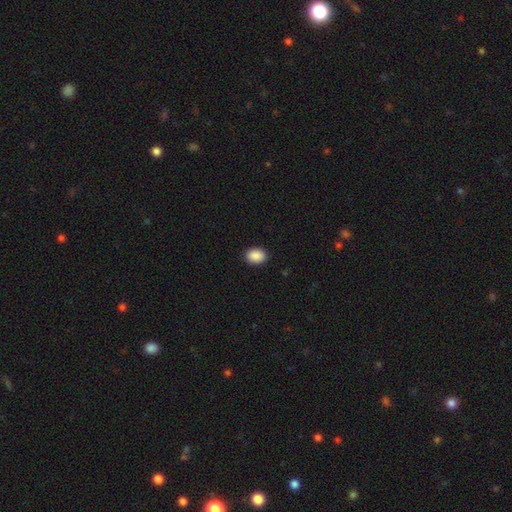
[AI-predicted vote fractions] This appears to be a smooth galaxy with no disk features (90%) that is in between round and cigar-shaped (75%). Merging: none (90%).